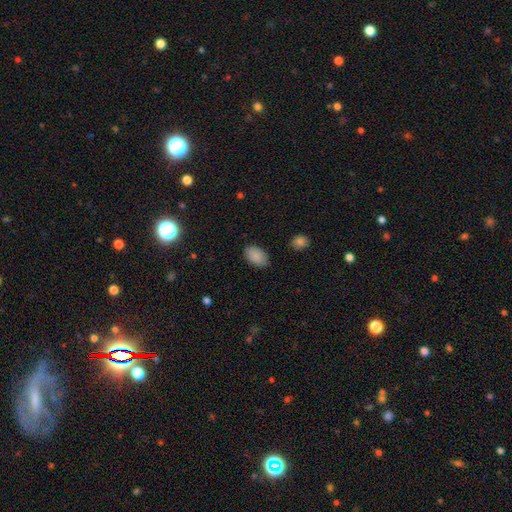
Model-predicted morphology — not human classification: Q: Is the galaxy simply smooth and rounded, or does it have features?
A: smooth — 89%.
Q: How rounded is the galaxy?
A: in between — 92%.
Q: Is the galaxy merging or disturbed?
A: none — 86%.